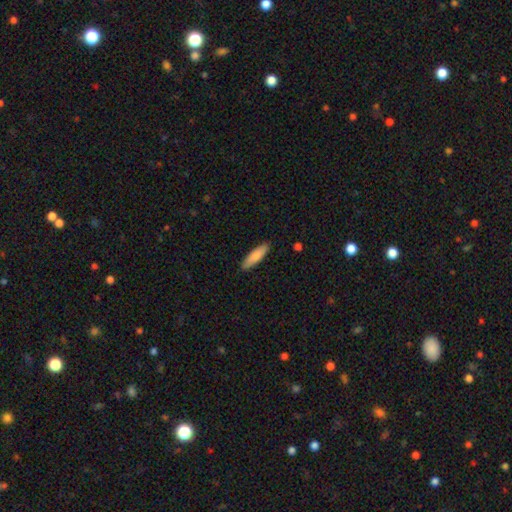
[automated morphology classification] A smooth galaxy with no disk features (83%) that is cigar-shaped (65%).

Vote fractions:
- Smooth or featured? smooth: 83% / featured or disk: 11% / star or artifact: 5%
- How rounded? cigar-shaped: 65% / in between: 34% / round: 1%
- Merging? none: 89% / minor disturbance: 8% / major disturbance: 2% / merger: 1%